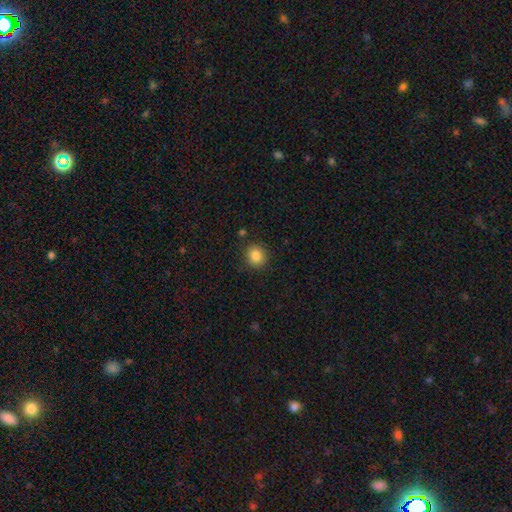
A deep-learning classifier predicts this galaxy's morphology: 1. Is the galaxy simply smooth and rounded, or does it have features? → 85% smooth, 10% star or artifact, 5% featured or disk.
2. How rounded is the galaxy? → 83% round, 16% in between, 1% cigar-shaped.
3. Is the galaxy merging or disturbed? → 87% none, 9% minor disturbance, 3% major disturbance, 2% merger.